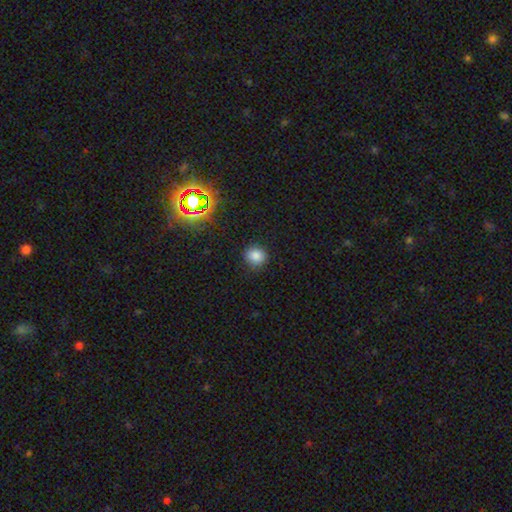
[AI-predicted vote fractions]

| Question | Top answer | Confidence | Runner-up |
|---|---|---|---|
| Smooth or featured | smooth | 82% | star or artifact (14%) |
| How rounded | round | 84% | in between (15%) |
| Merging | none | 87% | minor disturbance (10%) |